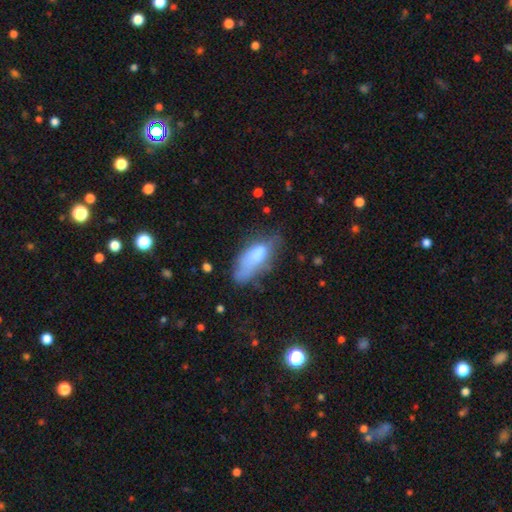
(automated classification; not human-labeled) Smooth or featured?
  - smooth: 69% *
  - featured or disk: 22%
  - star or artifact: 9%
How rounded?
  - in between: 76% *
  - cigar-shaped: 21%
  - round: 3%
Merging?
  - none: 34% *
  - minor disturbance: 33%
  - major disturbance: 27%
  - merger: 6%